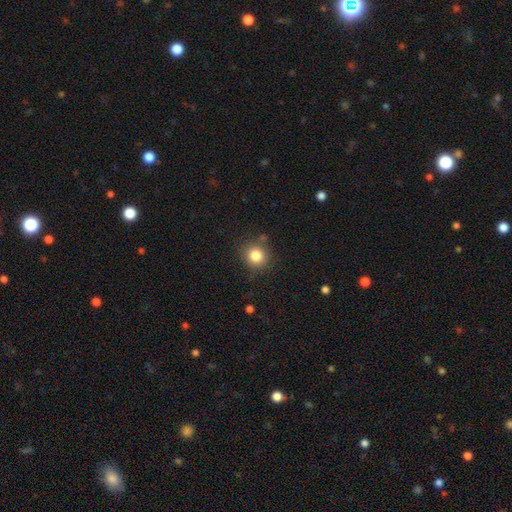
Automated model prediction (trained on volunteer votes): This is clearly a smooth galaxy (83%). How rounded: clearly round (89%). Merging: clearly none (84%).